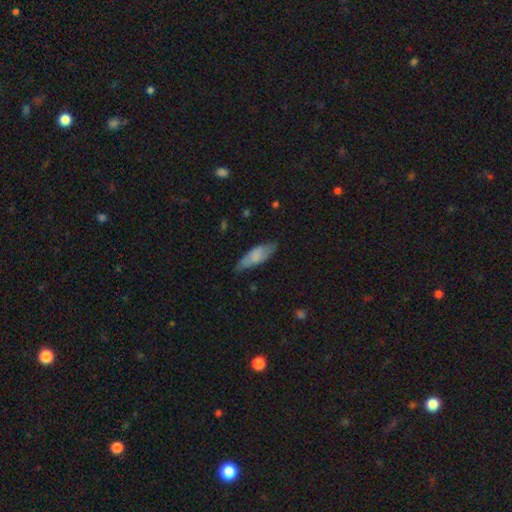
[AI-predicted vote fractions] smooth_or_featured: smooth (p=0.74) [alt: featured or disk p=0.20]
how_rounded: in between (p=0.63) [alt: cigar-shaped p=0.35]
merging: none (p=0.70) [alt: minor disturbance p=0.24]